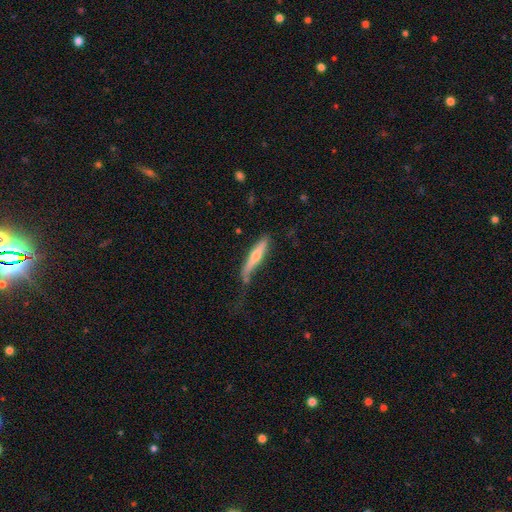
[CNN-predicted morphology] Smooth or featured? Predicted: featured or disk (p=0.49). Merging? Predicted: none (p=0.51).